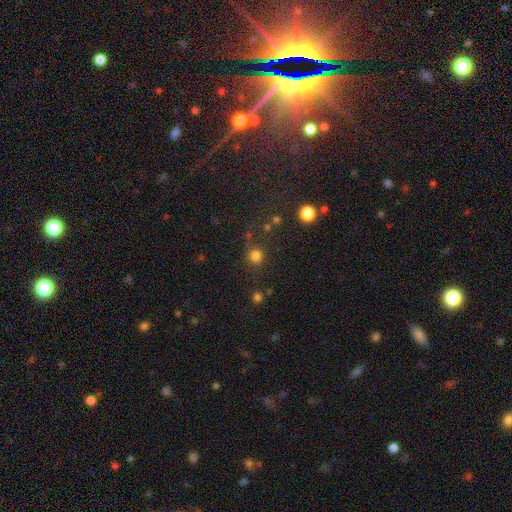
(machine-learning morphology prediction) Q: Smooth or featured?
A: smooth (78%); runner-up: star or artifact (17%)
Q: How rounded?
A: round (89%); runner-up: in between (10%)
Q: Merging?
A: none (77%); runner-up: minor disturbance (11%)